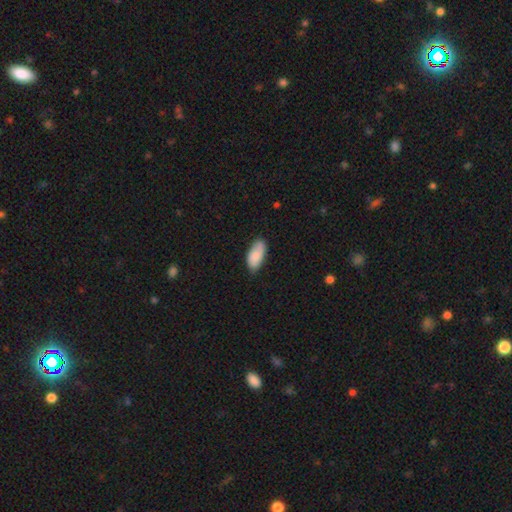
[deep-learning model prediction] This is clearly a smooth galaxy (83%). How rounded: clearly in between (91%). Merging: likely none (75%).